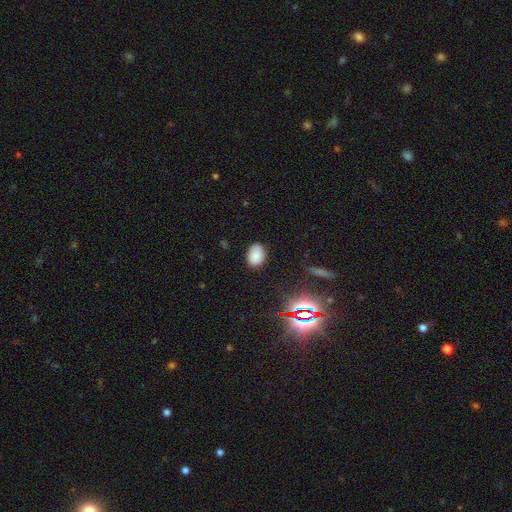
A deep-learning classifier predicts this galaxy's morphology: smooth-or-featured: smooth: 82% | star or artifact: 12% | featured or disk: 6%
  how-rounded: in between: 72% | round: 27% | cigar-shaped: 1%
  merging: none: 81% | minor disturbance: 15% | major disturbance: 3% | merger: 1%